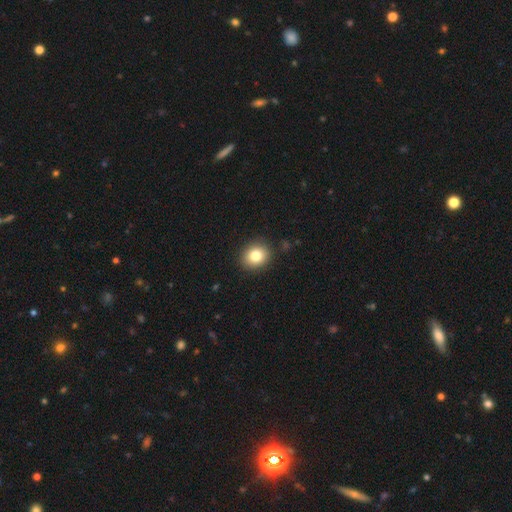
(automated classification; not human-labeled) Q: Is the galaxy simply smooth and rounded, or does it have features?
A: smooth — 81%.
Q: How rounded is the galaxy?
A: round — 70%.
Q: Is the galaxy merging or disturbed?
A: none — 89%.